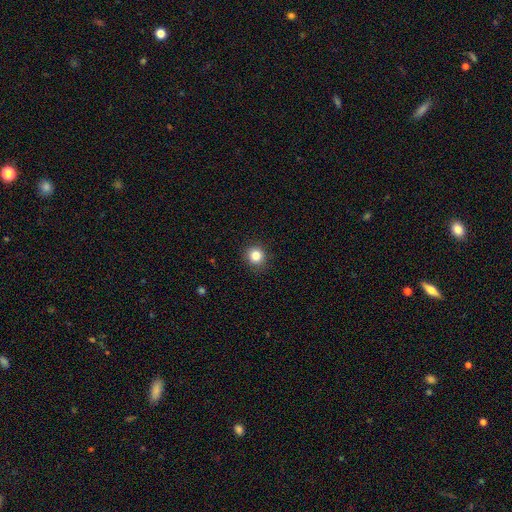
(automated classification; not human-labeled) smooth 83%, star or artifact 11%, featured or disk 5%. Down the decision tree: how rounded — round (90%); merging — none (91%).